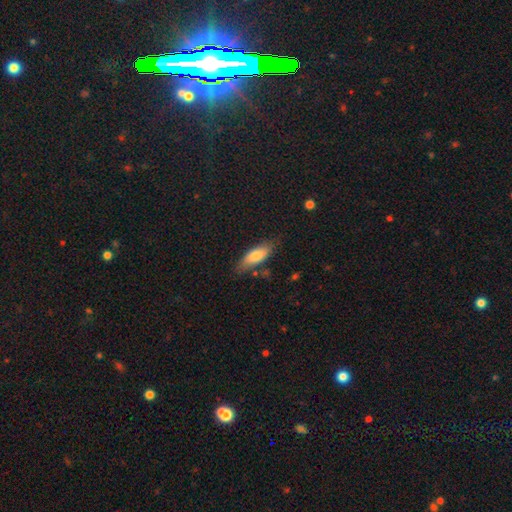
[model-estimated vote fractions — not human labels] Overall: smooth (77%). How rounded: in between (65%; cigar-shaped 33%). Merging: none (73%).